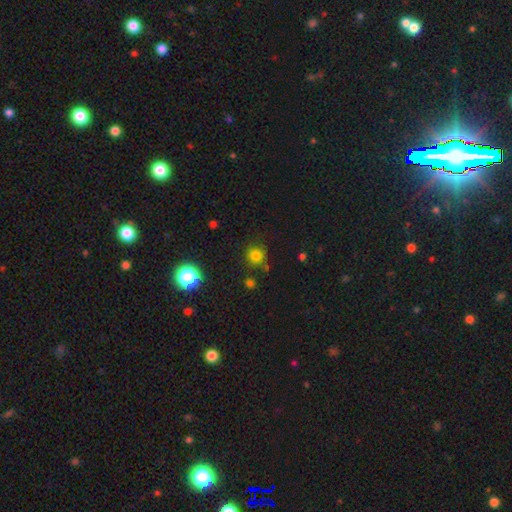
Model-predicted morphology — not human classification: Smooth or featured? smooth (77%)
How rounded? round (92%)
Merging? none (81%)